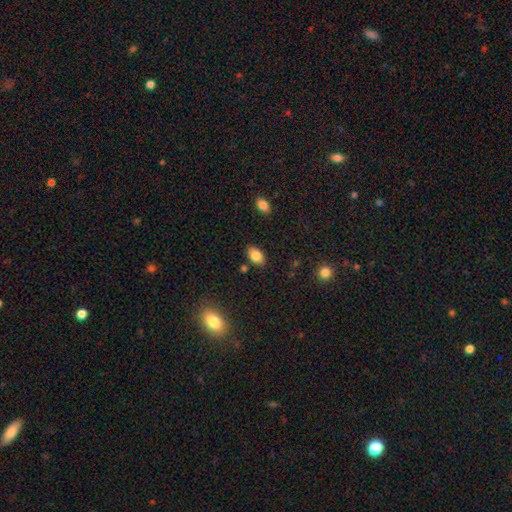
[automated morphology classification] A smooth galaxy with no disk features (84%) that is in between round and cigar-shaped (90%). Merging: none (83%).